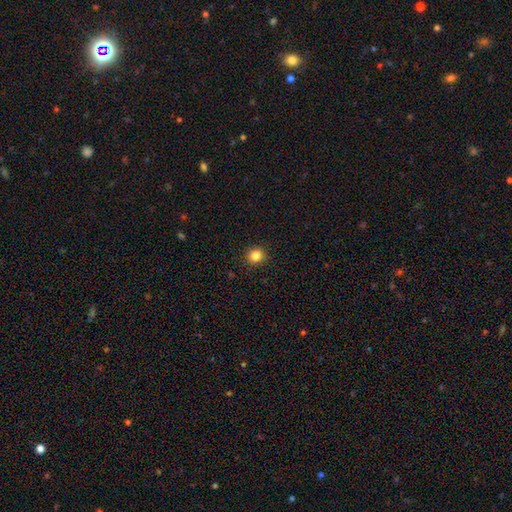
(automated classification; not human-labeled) The model was most divided on "smooth or featured": smooth: 83%, star or artifact: 12%, featured or disk: 5%. More confident: merging — none (93%); how rounded — round (92%).